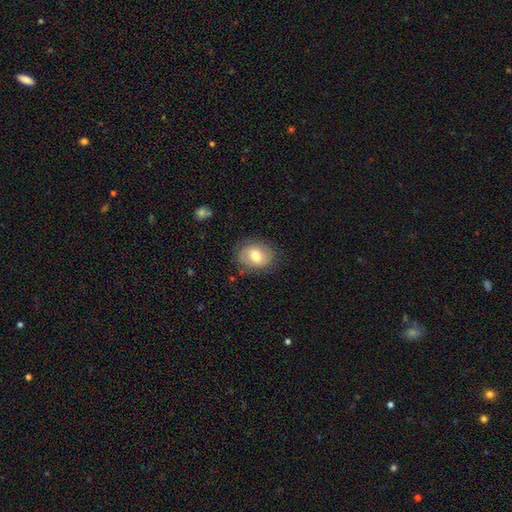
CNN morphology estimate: Overall: smooth (67%). How rounded: round (51%; in between 48%). Merging: none (79%).